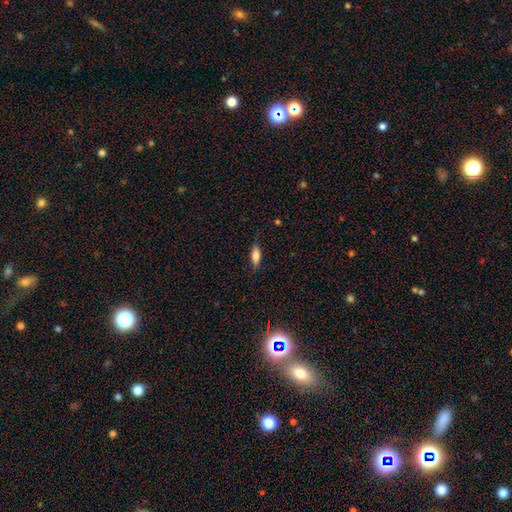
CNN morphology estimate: smooth_or_featured: smooth (p=0.78) [alt: featured or disk p=0.14]
how_rounded: in between (p=0.68) [alt: cigar-shaped p=0.30]
merging: none (p=0.82) [alt: minor disturbance p=0.14]